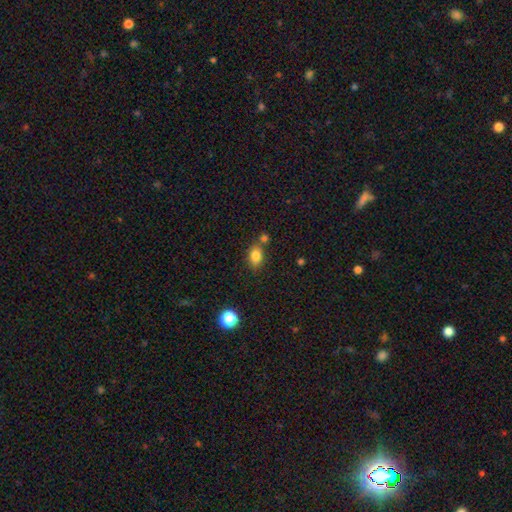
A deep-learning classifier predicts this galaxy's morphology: A smooth galaxy with no disk features (82%) that is in between round and cigar-shaped (76%). Merging: none (66%).